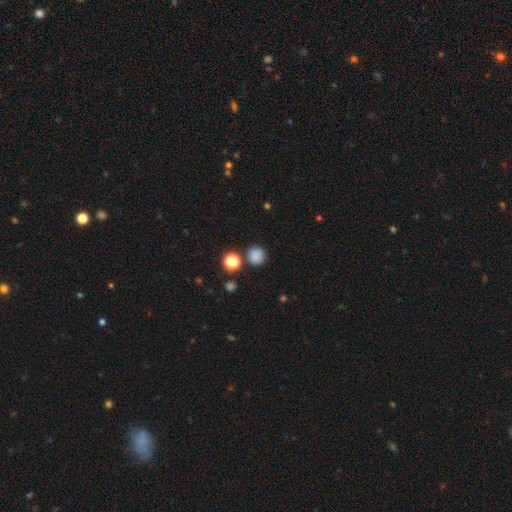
smooth-or-featured: smooth: 98% | star or artifact: 2% | featured or disk: 0%
  how-rounded: round: 98% | in between: 2% | cigar-shaped: 0%
  merging: none: 85% | minor disturbance: 7% | merger: 7% | major disturbance: 0%